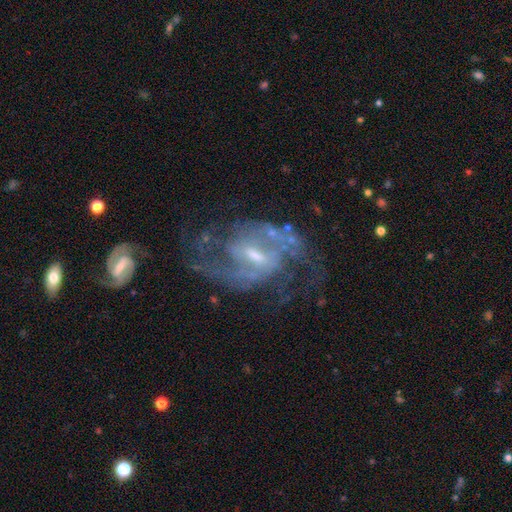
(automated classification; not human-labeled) featured or disk 90%, star or artifact 6%, smooth 4%. Down the decision tree: edge-on disk — no (97%); bar — weak (60%); spiral arms — yes (96%); spiral arm count — 2 (83%); spiral winding — medium (57%); bulge size — small (51%); merging — none (66%).